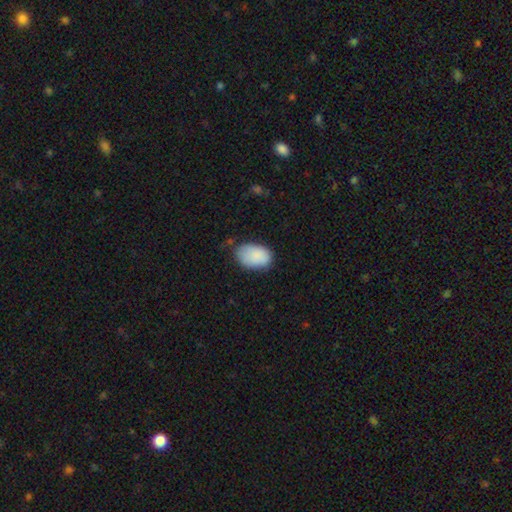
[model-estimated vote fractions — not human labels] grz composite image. It shows a smooth galaxy with no disk features (87%) that is in between round and cigar-shaped (90%). Merging: none (62%).